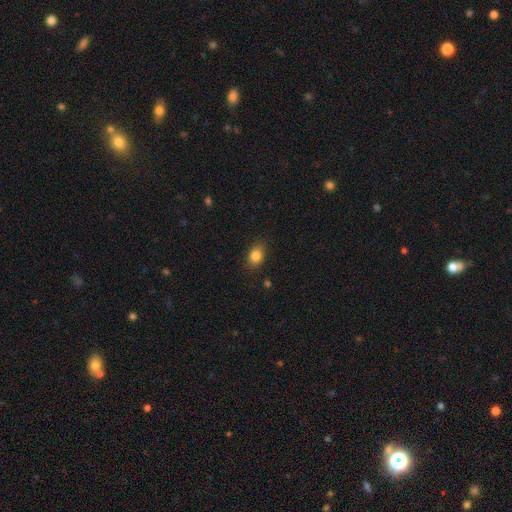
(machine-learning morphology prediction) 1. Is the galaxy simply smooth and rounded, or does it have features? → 83% smooth, 10% star or artifact, 7% featured or disk.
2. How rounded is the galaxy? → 66% in between, 32% round, 1% cigar-shaped.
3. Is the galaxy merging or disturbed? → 84% none, 12% minor disturbance, 3% major disturbance, 1% merger.